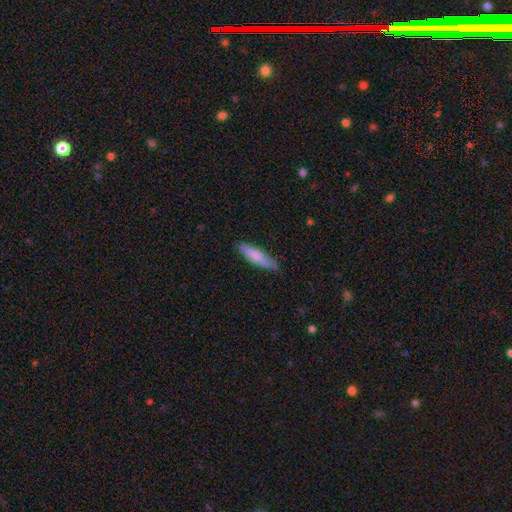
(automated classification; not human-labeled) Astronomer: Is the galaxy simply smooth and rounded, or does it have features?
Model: smooth — 75%.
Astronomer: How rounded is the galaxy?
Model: cigar-shaped — 78%.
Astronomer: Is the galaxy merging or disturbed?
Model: none — 80%.